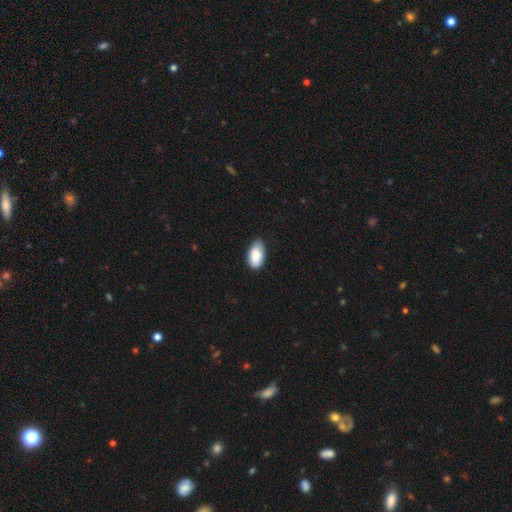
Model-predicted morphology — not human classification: Smooth or featured?
  - smooth: 87% *
  - featured or disk: 6%
  - star or artifact: 6%
How rounded?
  - in between: 95% *
  - round: 3%
  - cigar-shaped: 2%
Merging?
  - none: 72% *
  - minor disturbance: 24%
  - major disturbance: 3%
  - merger: 1%